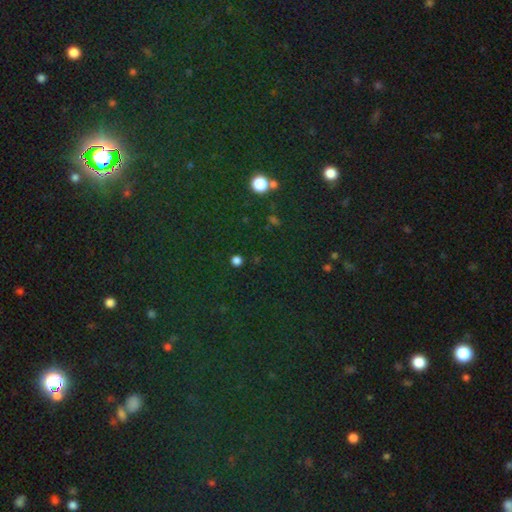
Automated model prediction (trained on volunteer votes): Overall: star or artifact (75%).